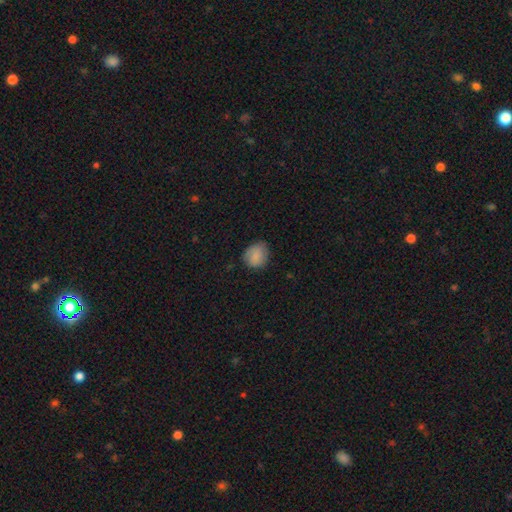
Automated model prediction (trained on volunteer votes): Overall: smooth (85%). How rounded: round (68%; in between 31%). Merging: none (70%).